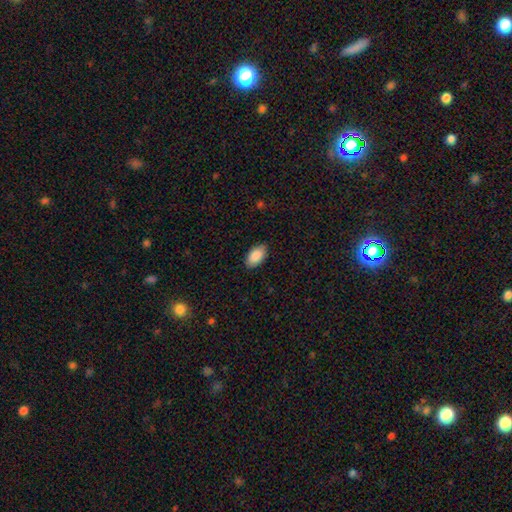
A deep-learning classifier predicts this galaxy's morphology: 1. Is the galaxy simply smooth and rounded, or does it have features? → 89% smooth, 6% star or artifact, 5% featured or disk.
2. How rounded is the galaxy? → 95% in between, 3% round, 2% cigar-shaped.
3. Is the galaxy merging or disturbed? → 86% none, 10% minor disturbance, 2% major disturbance, 1% merger.